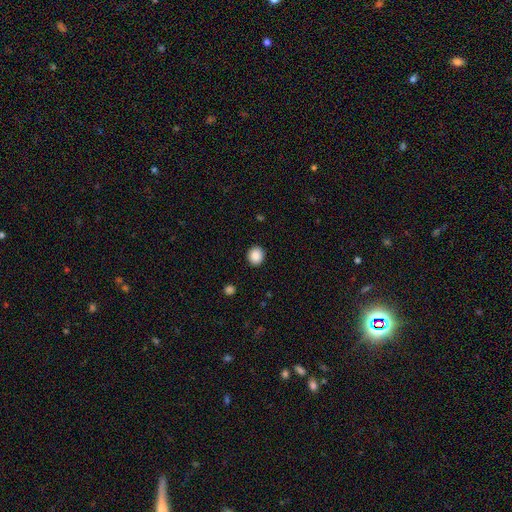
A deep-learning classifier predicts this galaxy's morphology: Overall: smooth (88%). How rounded: round (81%). Merging: none (91%).